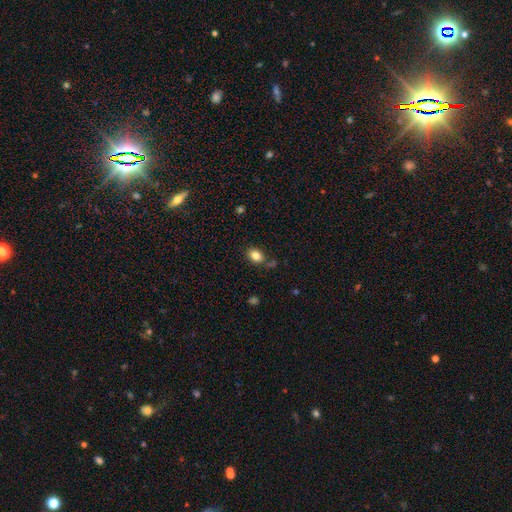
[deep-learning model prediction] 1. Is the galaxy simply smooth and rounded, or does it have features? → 84% smooth, 10% star or artifact, 6% featured or disk.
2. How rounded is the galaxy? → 68% in between, 31% round, 1% cigar-shaped.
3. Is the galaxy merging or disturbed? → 76% none, 14% minor disturbance, 6% merger, 4% major disturbance.